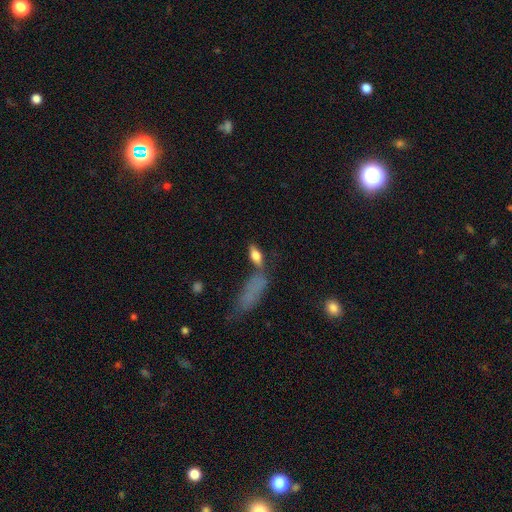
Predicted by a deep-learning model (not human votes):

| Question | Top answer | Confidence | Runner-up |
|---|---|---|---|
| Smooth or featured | smooth | 67% | featured or disk (25%) |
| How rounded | in between | 71% | cigar-shaped (24%) |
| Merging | none | 52% | merger (22%) |